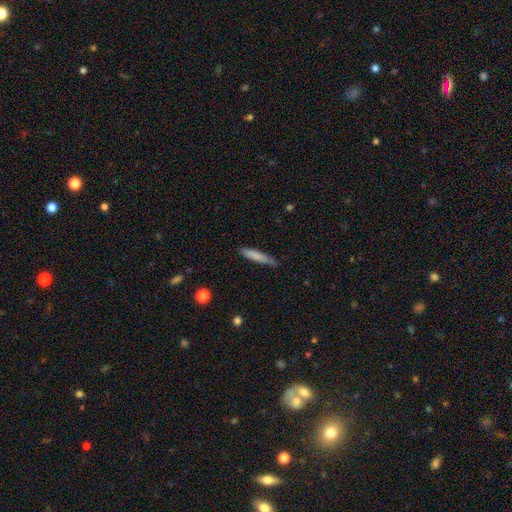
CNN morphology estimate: This is likely a smooth galaxy (77%). How rounded: clearly cigar-shaped (89%). Merging: likely none (73%).